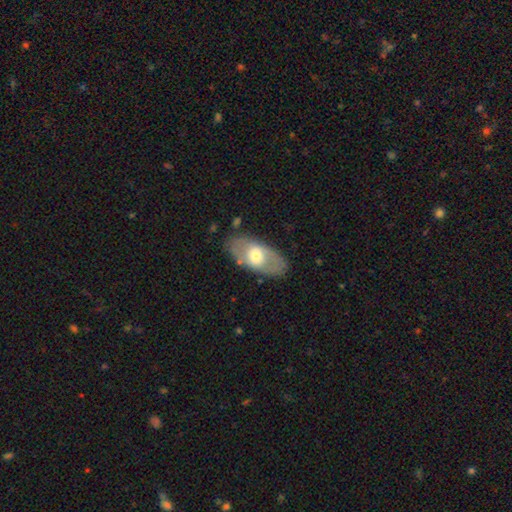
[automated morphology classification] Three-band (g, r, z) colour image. It shows a smooth galaxy with no disk features (50%). Merging: none (79%).